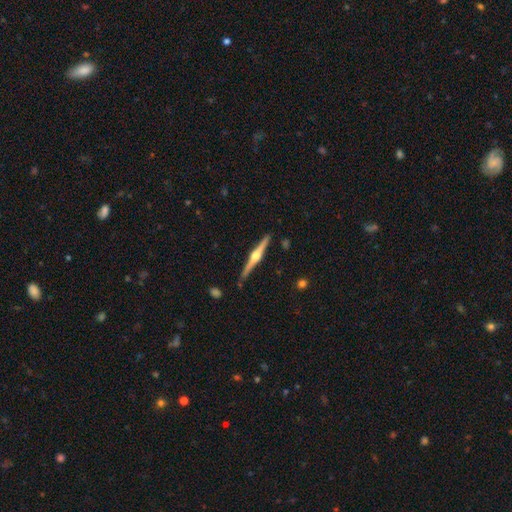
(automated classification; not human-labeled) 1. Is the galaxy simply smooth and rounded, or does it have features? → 82% featured or disk, 13% smooth, 5% star or artifact.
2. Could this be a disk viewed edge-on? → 99% yes, 1% no.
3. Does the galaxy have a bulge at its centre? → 95% rounded, 3% boxy, 2% none.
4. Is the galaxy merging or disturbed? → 89% none, 8% minor disturbance, 2% merger, 1% major disturbance.